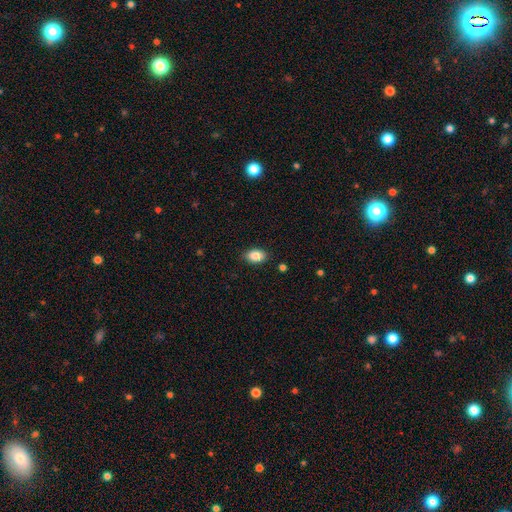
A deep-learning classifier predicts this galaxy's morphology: Smooth or featured?
  - smooth: 87% *
  - star or artifact: 8%
  - featured or disk: 5%
How rounded?
  - in between: 88% *
  - round: 10%
  - cigar-shaped: 1%
Merging?
  - none: 86% *
  - minor disturbance: 10%
  - major disturbance: 2%
  - merger: 1%